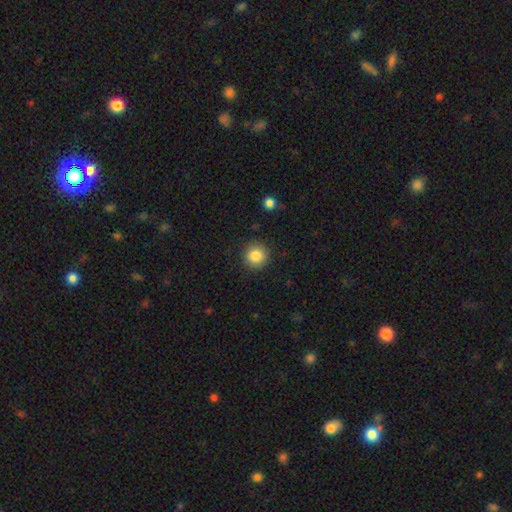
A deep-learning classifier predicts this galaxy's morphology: Smooth or featured: smooth — 85% (star or artifact — 10%)
How rounded: round — 93% (in between — 6%)
Merging: none — 90% (minor disturbance — 6%)